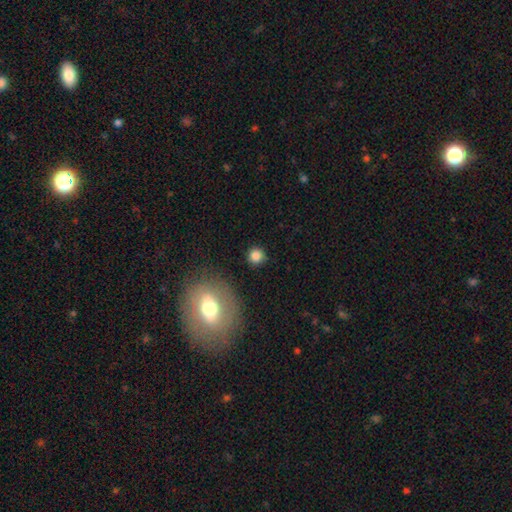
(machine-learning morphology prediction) smooth 83%, star or artifact 11%, featured or disk 5%. Down the decision tree: how rounded — round (92%); merging — none (87%).